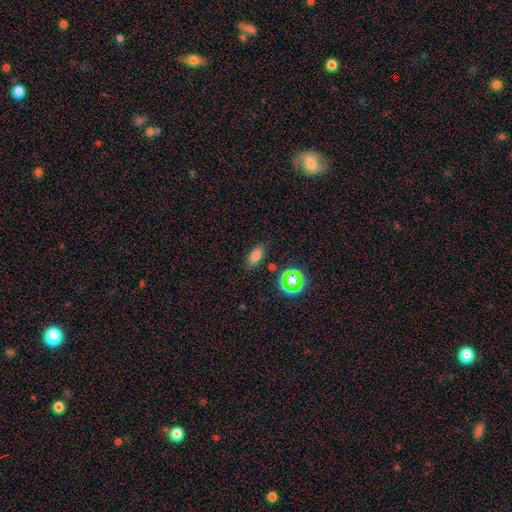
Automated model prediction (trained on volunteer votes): Smooth or featured: smooth — 75% (star or artifact — 18%)
How rounded: in between — 87% (cigar-shaped — 7%)
Merging: none — 81% (minor disturbance — 12%)